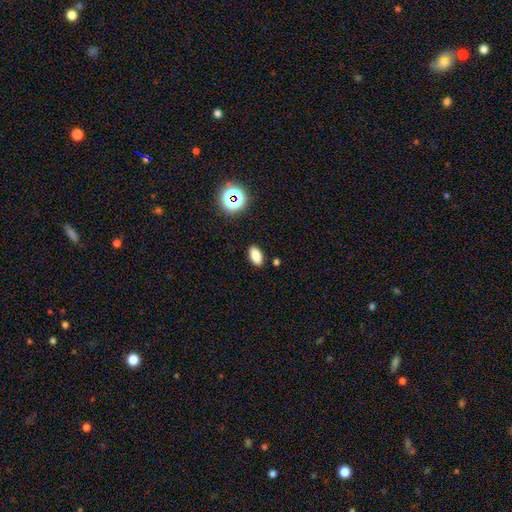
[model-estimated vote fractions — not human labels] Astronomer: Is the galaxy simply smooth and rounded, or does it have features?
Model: smooth — 80%.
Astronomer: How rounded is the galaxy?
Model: in between — 90%.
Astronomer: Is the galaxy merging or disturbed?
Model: none — 88%.